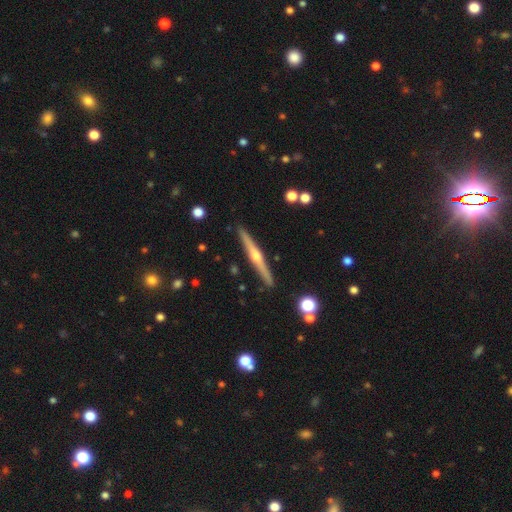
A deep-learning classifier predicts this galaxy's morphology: type=featured or disk (77%); edge-on=yes (98%); edge-on bulge=rounded (89%); merging=none (91%).